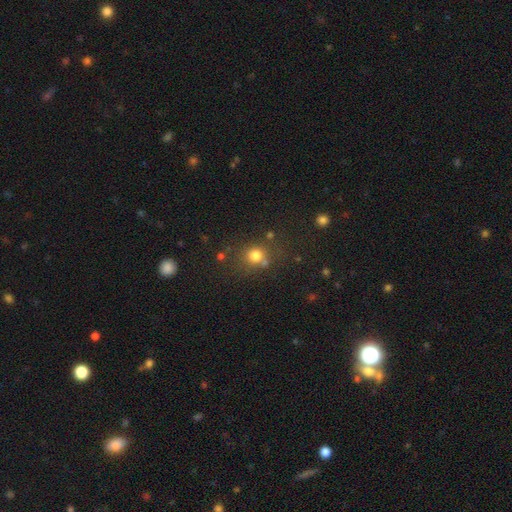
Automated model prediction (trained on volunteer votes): A smooth galaxy with no disk features (76%) that is round (84%).

Vote fractions:
- Smooth or featured? smooth: 76% / star or artifact: 16% / featured or disk: 8%
- How rounded? round: 84% / in between: 15% / cigar-shaped: 1%
- Merging? none: 68% / minor disturbance: 13% / merger: 13% / major disturbance: 6%